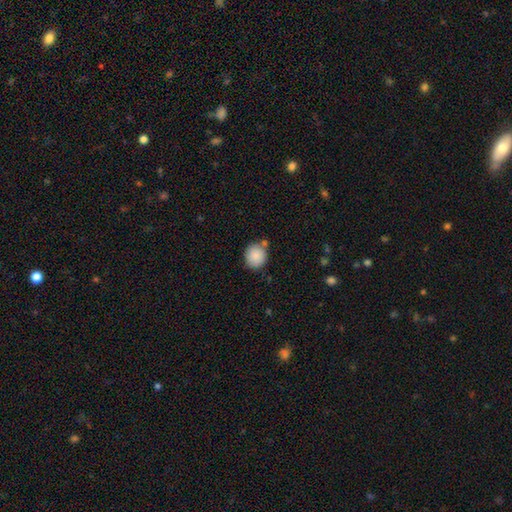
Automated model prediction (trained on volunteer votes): A smooth galaxy with no disk features (88%) that is round (85%).

Vote fractions:
- Smooth or featured? smooth: 88% / star or artifact: 8% / featured or disk: 4%
- How rounded? round: 85% / in between: 14% / cigar-shaped: 1%
- Merging? none: 75% / minor disturbance: 13% / merger: 10% / major disturbance: 3%